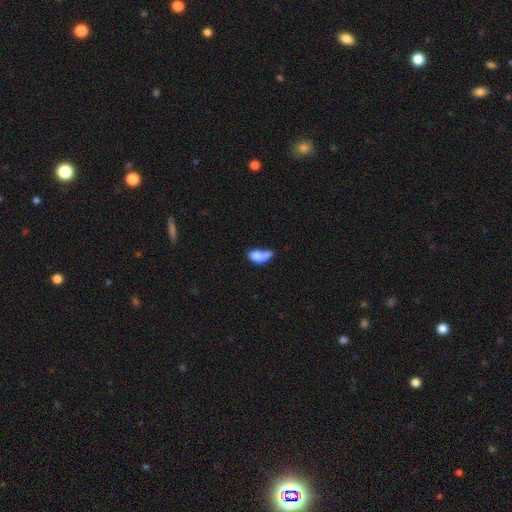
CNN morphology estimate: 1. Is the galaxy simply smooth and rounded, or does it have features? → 69% smooth, 23% featured or disk, 8% star or artifact.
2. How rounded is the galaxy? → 79% in between, 12% cigar-shaped, 8% round.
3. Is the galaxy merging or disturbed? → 32% major disturbance, 26% none, 25% minor disturbance, 17% merger.